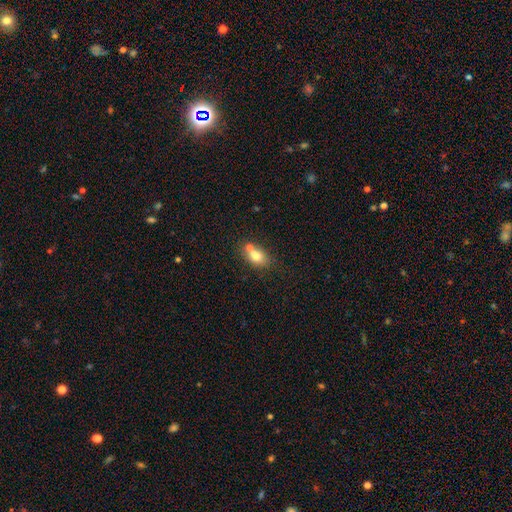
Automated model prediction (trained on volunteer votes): smooth_or_featured: smooth (p=0.74) [alt: featured or disk p=0.16]
how_rounded: in between (p=0.73) [alt: round p=0.24]
merging: none (p=0.45) [alt: merger p=0.36]